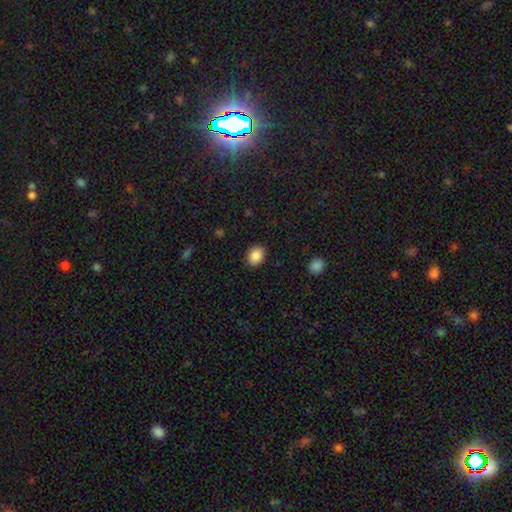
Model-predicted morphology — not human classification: Smooth or featured? smooth (88%)
How rounded? in between (59%)
Merging? none (89%)